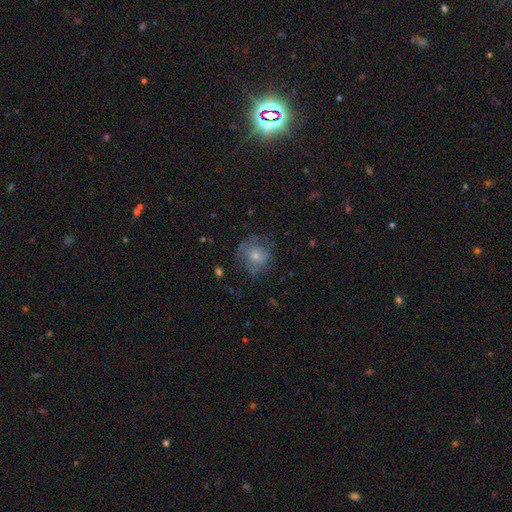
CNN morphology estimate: A smooth galaxy with no disk features (44%). Merging: none (69%).